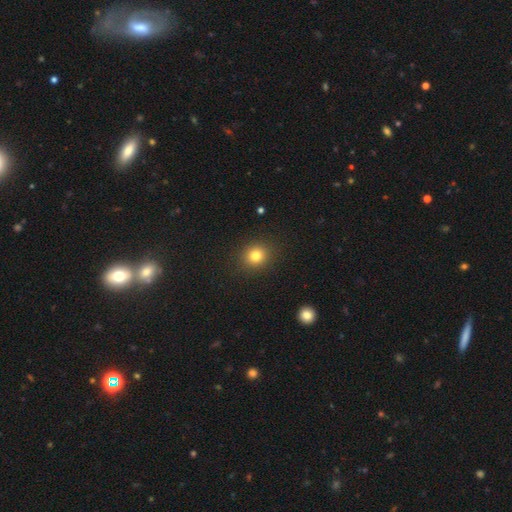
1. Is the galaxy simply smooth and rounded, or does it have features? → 85% smooth, 8% featured or disk, 8% star or artifact.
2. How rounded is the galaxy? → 76% round, 24% in between, 0% cigar-shaped.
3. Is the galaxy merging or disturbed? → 89% none, 6% minor disturbance, 6% major disturbance, 0% merger.